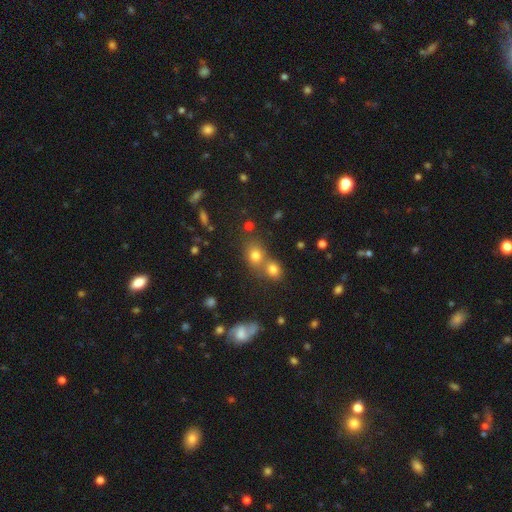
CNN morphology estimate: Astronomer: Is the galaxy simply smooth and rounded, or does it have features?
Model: smooth — 71%.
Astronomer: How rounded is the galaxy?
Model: round — 68%.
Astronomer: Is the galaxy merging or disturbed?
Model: none — 49% (runner-up: merger, 39%).